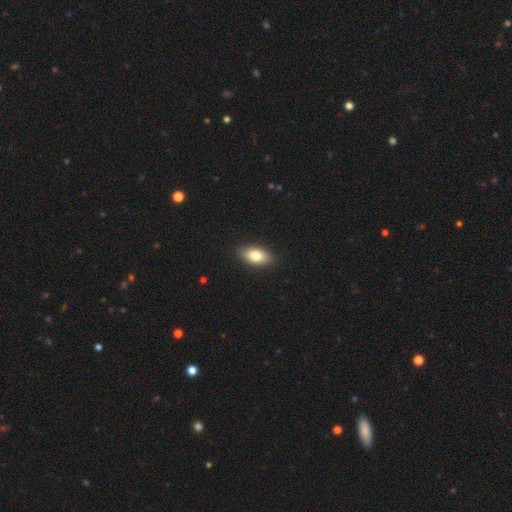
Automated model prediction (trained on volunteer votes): smooth_or_featured: smooth (p=0.80) [alt: featured or disk p=0.13]
how_rounded: in between (p=0.91) [alt: round p=0.06]
merging: none (p=0.89) [alt: minor disturbance p=0.08]